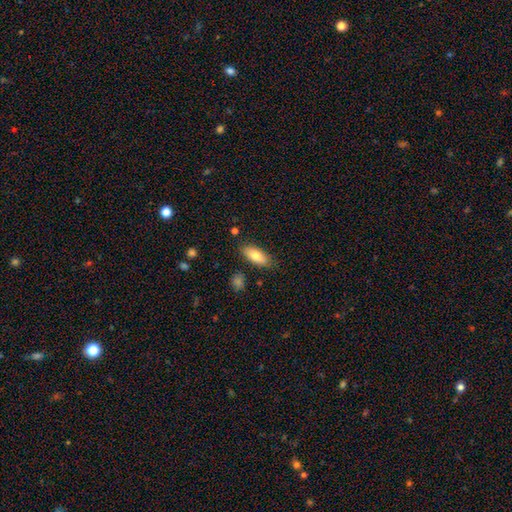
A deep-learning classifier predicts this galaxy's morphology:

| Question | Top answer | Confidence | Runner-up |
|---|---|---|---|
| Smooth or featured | smooth | 78% | featured or disk (15%) |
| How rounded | in between | 81% | cigar-shaped (16%) |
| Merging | none | 82% | minor disturbance (13%) |